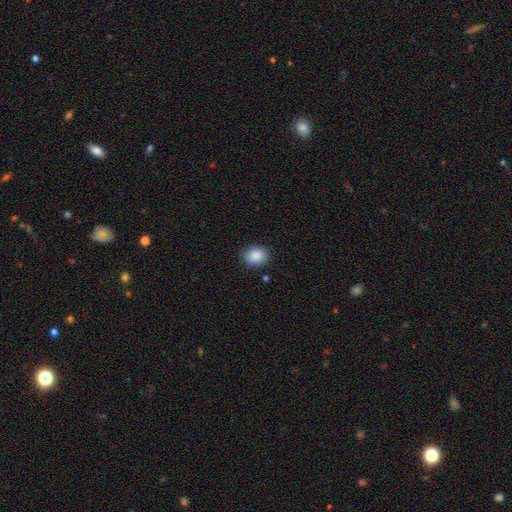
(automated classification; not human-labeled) Smooth or featured?
  - smooth: 88% *
  - star or artifact: 8%
  - featured or disk: 4%
How rounded?
  - round: 56% *
  - in between: 43%
  - cigar-shaped: 1%
Merging?
  - none: 87% *
  - minor disturbance: 10%
  - major disturbance: 2%
  - merger: 1%